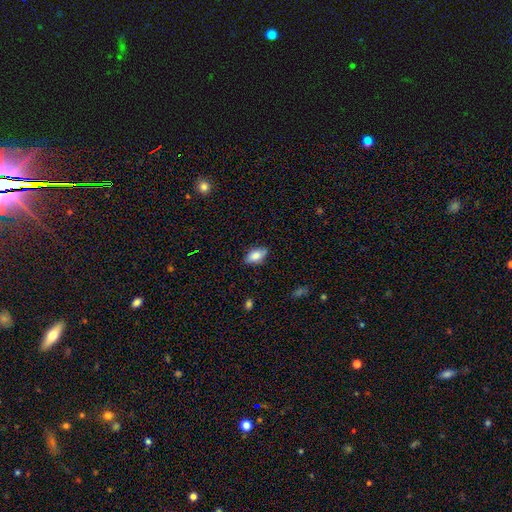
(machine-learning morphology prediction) Q: Smooth or featured?
A: smooth (82%); runner-up: featured or disk (12%)
Q: How rounded?
A: in between (91%); runner-up: cigar-shaped (5%)
Q: Merging?
A: none (82%); runner-up: minor disturbance (14%)